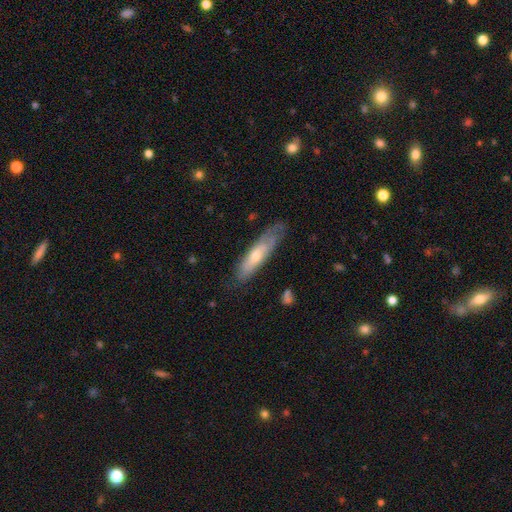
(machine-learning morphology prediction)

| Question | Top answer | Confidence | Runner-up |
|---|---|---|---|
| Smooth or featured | smooth | 50% | featured or disk (44%) |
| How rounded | cigar-shaped | 71% | in between (28%) |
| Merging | none | 64% | minor disturbance (26%) |